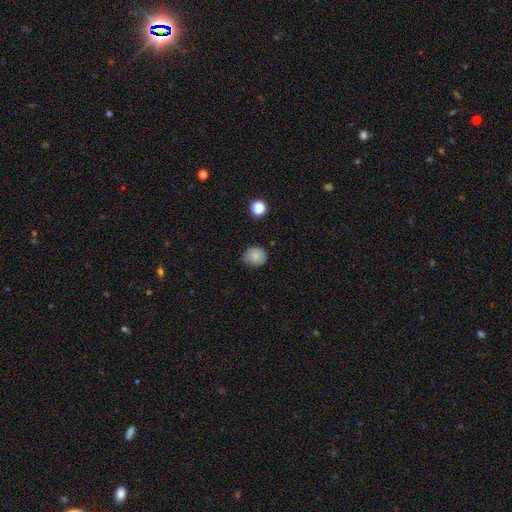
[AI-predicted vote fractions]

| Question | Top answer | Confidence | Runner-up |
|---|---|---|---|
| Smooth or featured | smooth | 80% | star or artifact (10%) |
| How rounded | round | 76% | in between (24%) |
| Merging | none | 70% | minor disturbance (24%) |